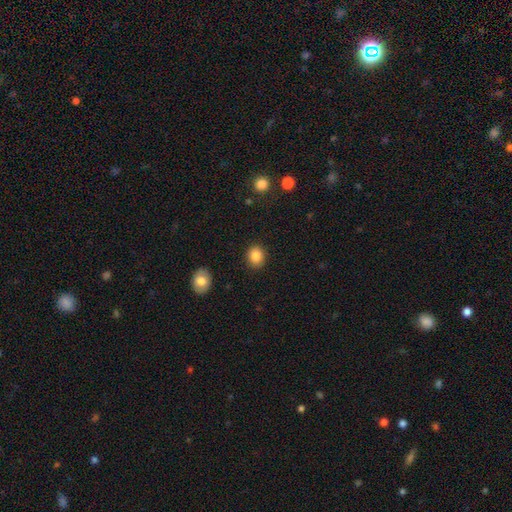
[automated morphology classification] smooth-or-featured: smooth: 86% | star or artifact: 9% | featured or disk: 5%
  how-rounded: round: 56% | in between: 43% | cigar-shaped: 1%
  merging: none: 88% | minor disturbance: 8% | major disturbance: 2% | merger: 1%